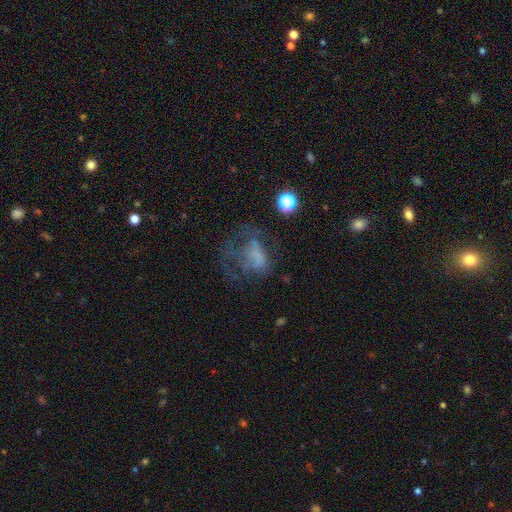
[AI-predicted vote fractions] Smooth or featured?
  - featured or disk: 43% *
  - smooth: 36%
  - star or artifact: 22%
Merging?
  - major disturbance: 46% *
  - none: 32%
  - minor disturbance: 18%
  - merger: 4%